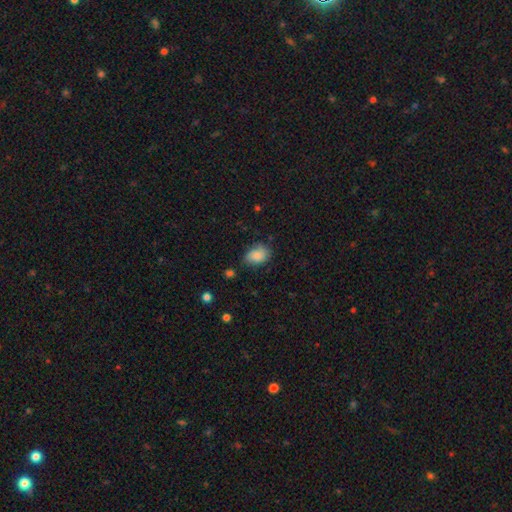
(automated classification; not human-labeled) A smooth galaxy with no disk features (85%) that is in between round and cigar-shaped (80%). Merging: none (66%).